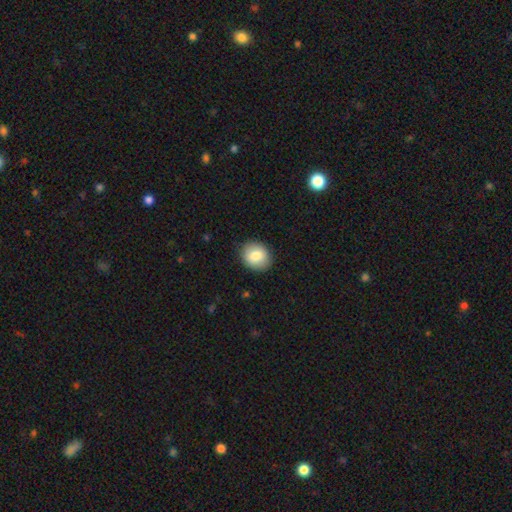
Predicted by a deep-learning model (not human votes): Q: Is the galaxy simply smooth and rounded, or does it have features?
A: smooth — 82%.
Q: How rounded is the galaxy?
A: round — 62%.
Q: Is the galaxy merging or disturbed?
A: none — 88%.